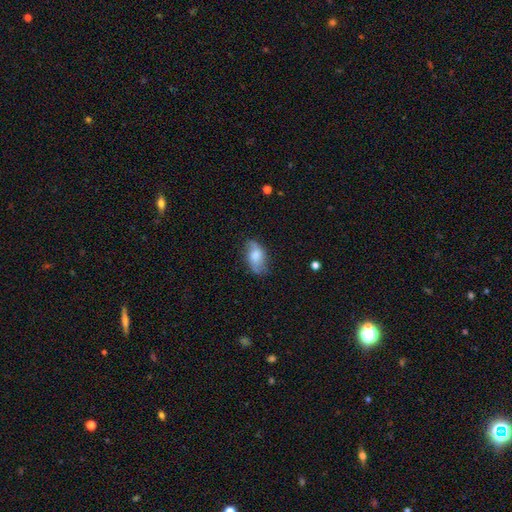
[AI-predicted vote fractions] Q: Smooth or featured?
A: smooth (63%); runner-up: featured or disk (29%)
Q: How rounded?
A: in between (90%); runner-up: round (6%)
Q: Merging?
A: none (65%); runner-up: minor disturbance (26%)